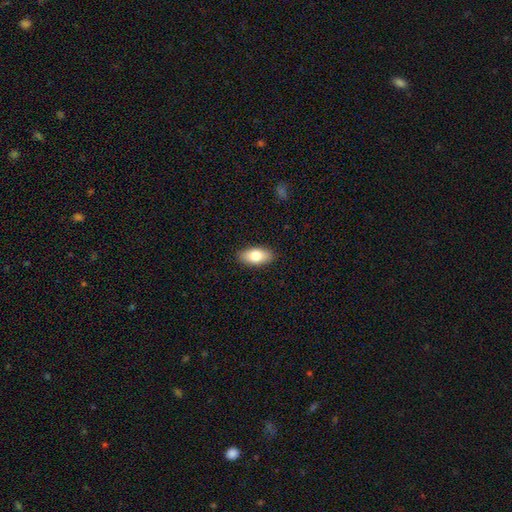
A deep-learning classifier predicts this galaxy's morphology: Smooth or featured: smooth — 80% (featured or disk — 14%)
How rounded: in between — 92% (cigar-shaped — 5%)
Merging: none — 89% (minor disturbance — 8%)